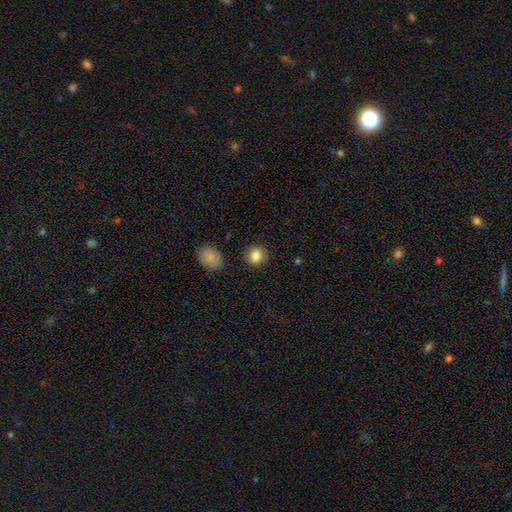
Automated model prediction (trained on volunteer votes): A smooth galaxy with no disk features (84%) that is round (79%).

Vote fractions:
- Smooth or featured? smooth: 84% / star or artifact: 10% / featured or disk: 6%
- How rounded? round: 79% / in between: 20% / cigar-shaped: 1%
- Merging? none: 88% / minor disturbance: 7% / major disturbance: 2% / merger: 2%